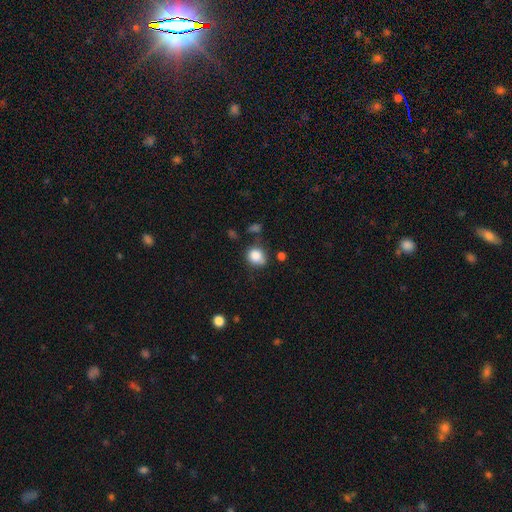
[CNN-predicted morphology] Smooth or featured? smooth (85%)
How rounded? round (69%)
Merging? none (62%)